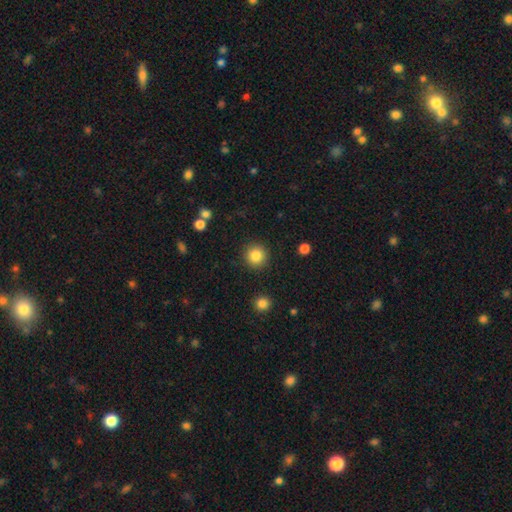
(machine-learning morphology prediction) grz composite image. It shows a smooth galaxy with no disk features (85%) that is round (94%). Merging: none (90%).